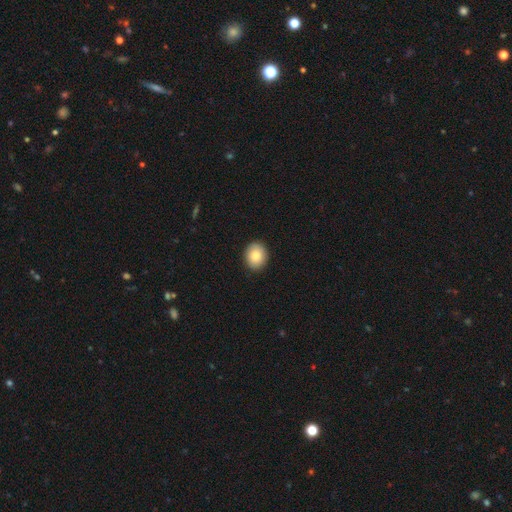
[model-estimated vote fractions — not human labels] The model was most divided on "how rounded": round: 52%, in between: 47%, cigar-shaped: 1%. More confident: merging — none (90%); smooth or featured — smooth (86%).